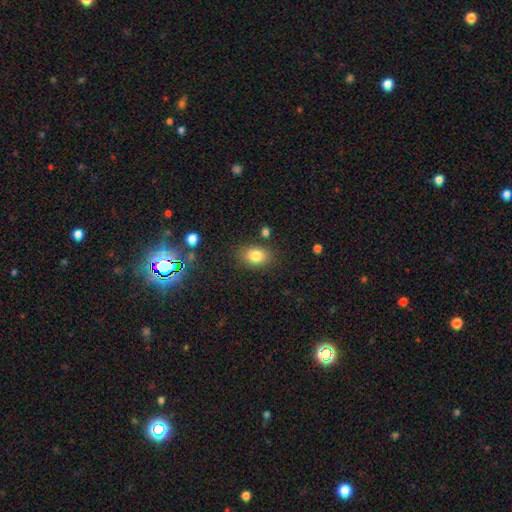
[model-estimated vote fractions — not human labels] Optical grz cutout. It shows a smooth galaxy with no disk features (81%) that is in between round and cigar-shaped (73%). Merging: none (80%).